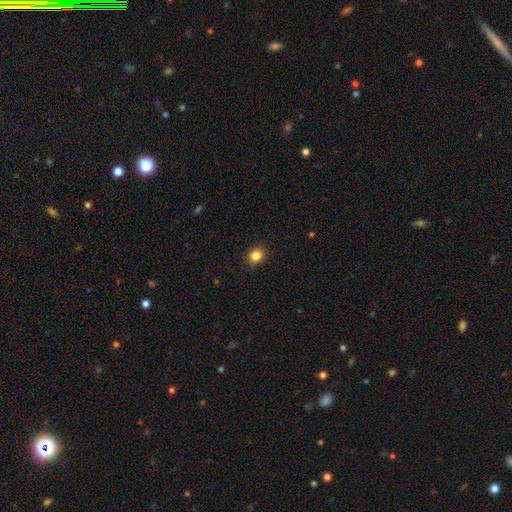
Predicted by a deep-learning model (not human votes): smooth 84%, star or artifact 11%, featured or disk 5%. Down the decision tree: how rounded — round (71%); merging — none (90%).